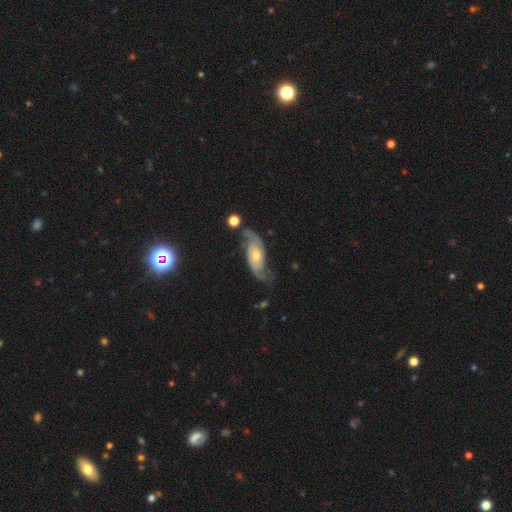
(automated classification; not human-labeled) Smooth or featured? featured or disk (83%)
Edge-on disk? no (93%)
Bar? no (67%)
Spiral arms? yes (95%)
Spiral winding? medium (41%)
Spiral arm count? 2 (90%)
Bulge size? moderate (56%)
Merging? none (67%)